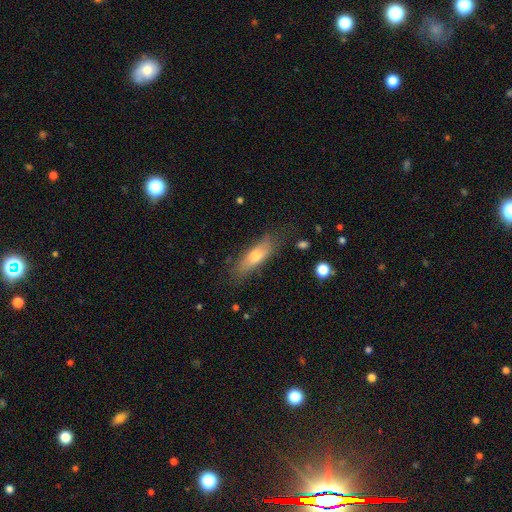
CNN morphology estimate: The model was most divided on "how rounded": cigar-shaped: 49%, in between: 48%, round: 3%. More confident: merging — none (69%); smooth or featured — smooth (64%).